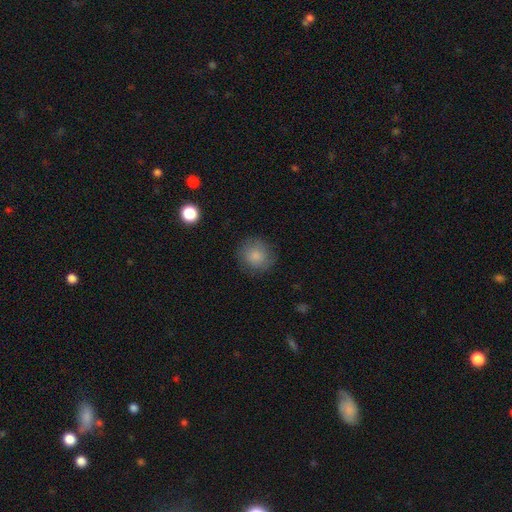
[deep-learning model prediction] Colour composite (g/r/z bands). It shows a smooth galaxy with no disk features (85%) that is round (89%). Merging: none (84%).